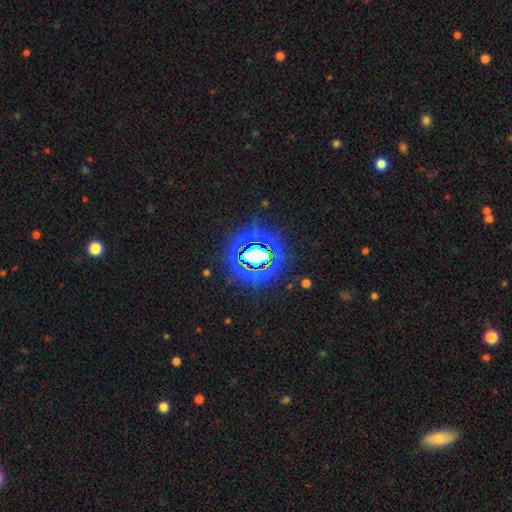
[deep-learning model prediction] Smooth or featured? Predicted: star or artifact (p=0.76).